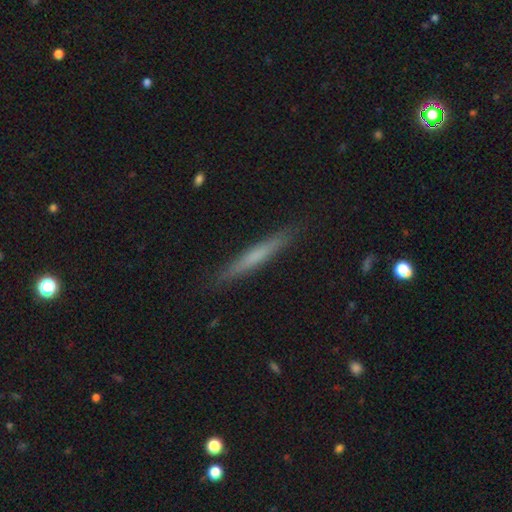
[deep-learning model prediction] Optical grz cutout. It shows a smooth galaxy with no disk features (57%) that is cigar-shaped (96%). Merging: none (90%).